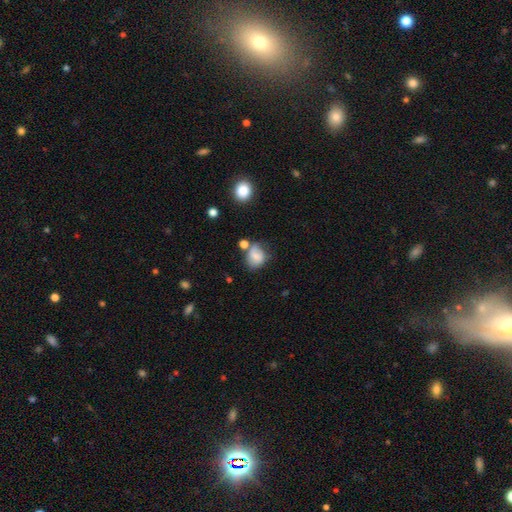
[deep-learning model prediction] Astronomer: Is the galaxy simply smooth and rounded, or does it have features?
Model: smooth — 68%.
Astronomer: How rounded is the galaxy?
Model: in between — 50% (runner-up: round, 48%).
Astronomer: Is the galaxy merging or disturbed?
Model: none — 44% (runner-up: minor disturbance, 28%).